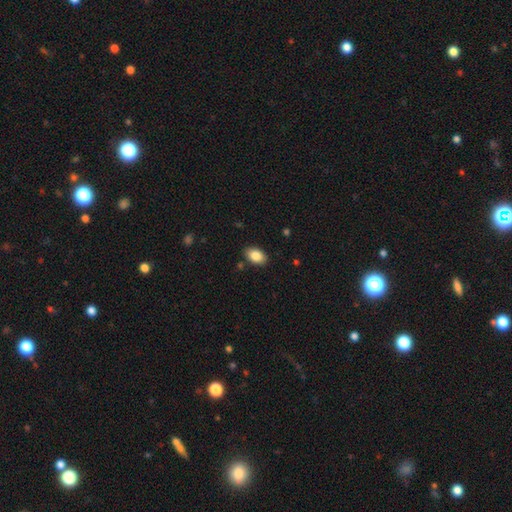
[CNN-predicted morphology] This is clearly a smooth galaxy (86%). How rounded: clearly in between (89%). Merging: clearly none (86%).